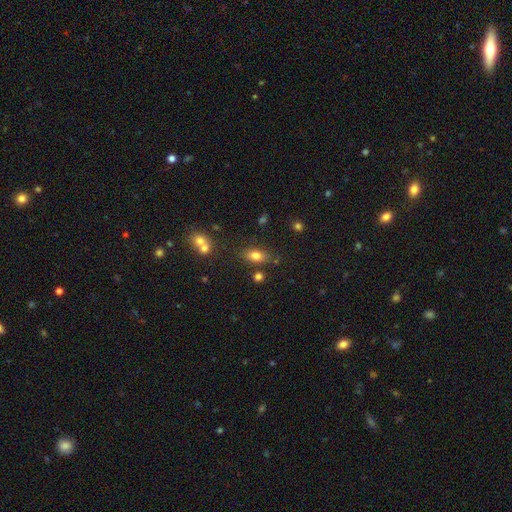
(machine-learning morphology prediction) Smooth or featured? Predicted: smooth (p=0.79). How rounded? Predicted: in between (p=0.84). Merging? Predicted: none (p=0.74).